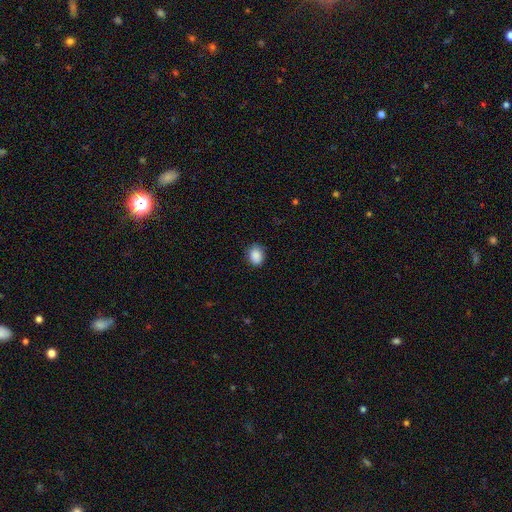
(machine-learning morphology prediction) Smooth or featured: smooth — 89% (star or artifact — 8%)
How rounded: in between — 54% (round — 45%)
Merging: none — 84% (minor disturbance — 13%)